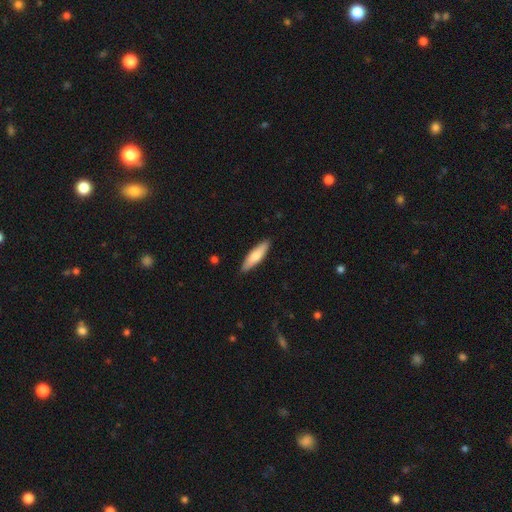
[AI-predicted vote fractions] Smooth or featured: smooth — 72% (featured or disk — 23%)
How rounded: cigar-shaped — 64% (in between — 34%)
Merging: none — 88% (minor disturbance — 9%)